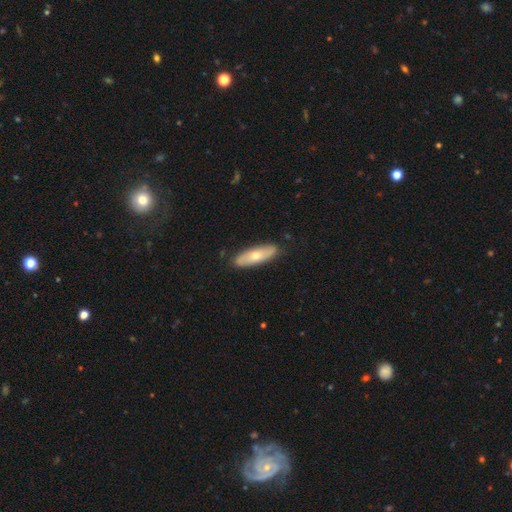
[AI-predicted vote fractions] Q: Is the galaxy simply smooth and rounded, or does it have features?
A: smooth — 56%.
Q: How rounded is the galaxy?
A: cigar-shaped — 52%.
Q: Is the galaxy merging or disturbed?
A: none — 86%.